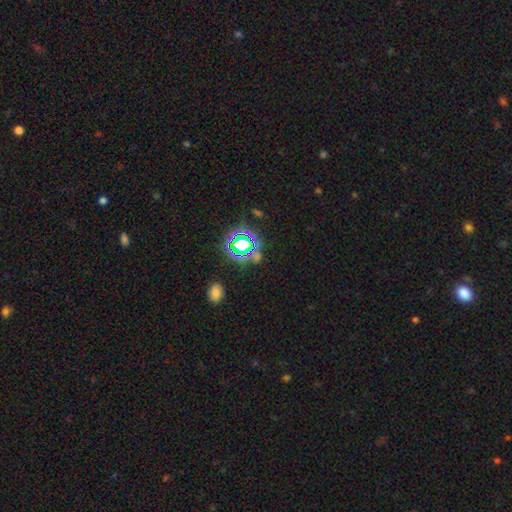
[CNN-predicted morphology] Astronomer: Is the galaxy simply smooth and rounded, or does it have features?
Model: star or artifact — 71%.